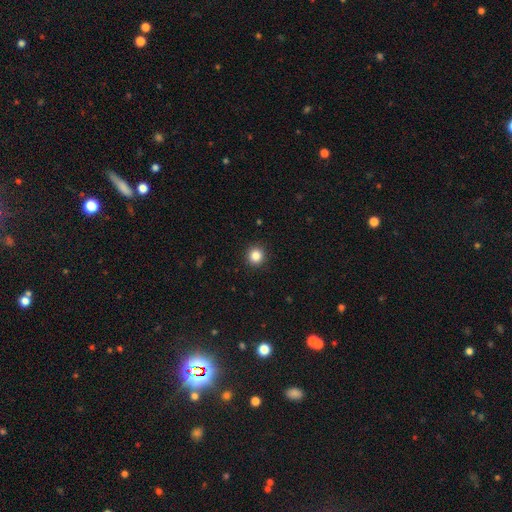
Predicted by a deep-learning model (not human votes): Overall: smooth (86%). How rounded: round (94%). Merging: none (93%).